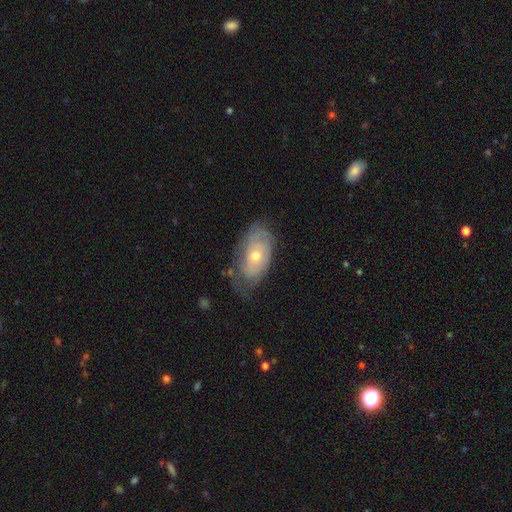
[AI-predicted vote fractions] Morphology: type=featured or disk (62%); edge-on=no (91%); bar=no (84%); spiral arms=yes (68%); bulge=moderate (56%); merging=none (59%).